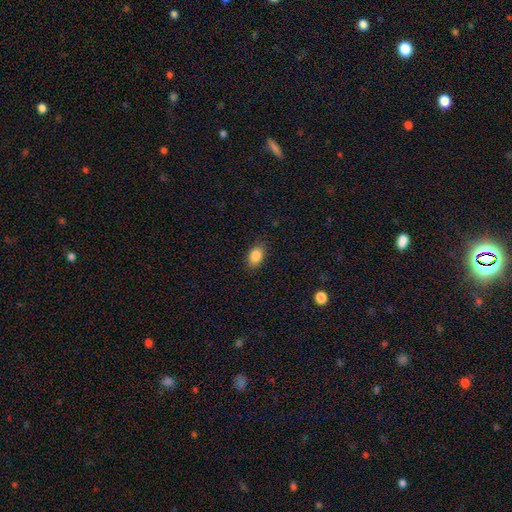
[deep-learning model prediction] smooth_or_featured: smooth (p=0.86) [alt: star or artifact p=0.08]
how_rounded: in between (p=0.85) [alt: round p=0.13]
merging: none (p=0.86) [alt: minor disturbance p=0.10]